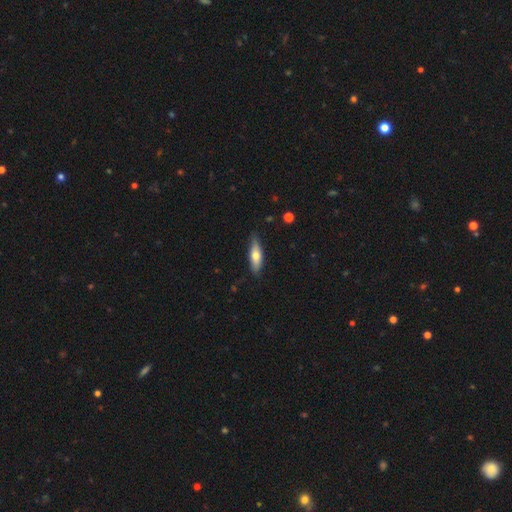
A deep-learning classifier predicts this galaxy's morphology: A smooth galaxy with no disk features (62%) that is cigar-shaped (51%). Merging: none (80%).